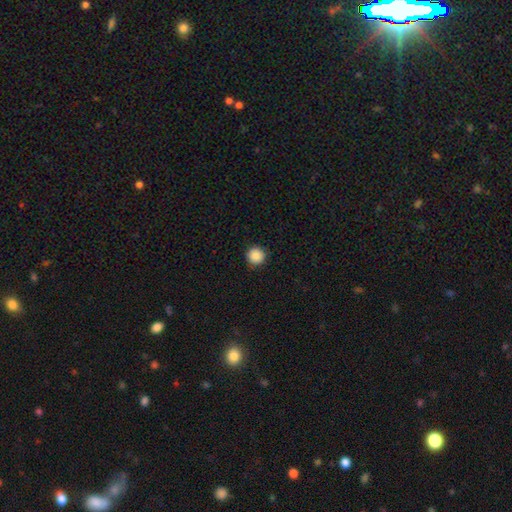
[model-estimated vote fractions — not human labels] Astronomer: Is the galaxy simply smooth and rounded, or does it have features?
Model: smooth — 88%.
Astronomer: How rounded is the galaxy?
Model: round — 96%.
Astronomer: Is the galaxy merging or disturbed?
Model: none — 91%.